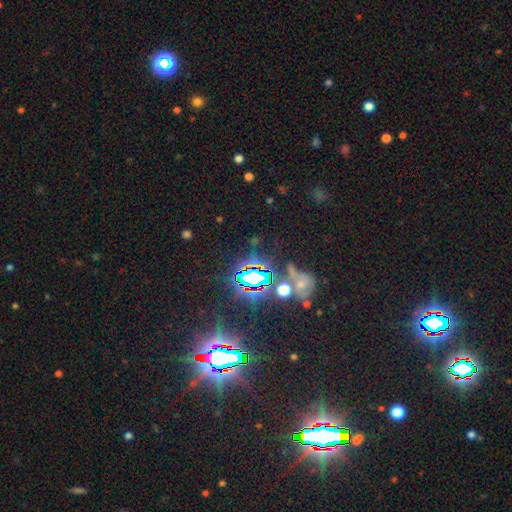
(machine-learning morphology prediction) The model was most divided on "smooth or featured": star or artifact: 82%, smooth: 10%, featured or disk: 8%.